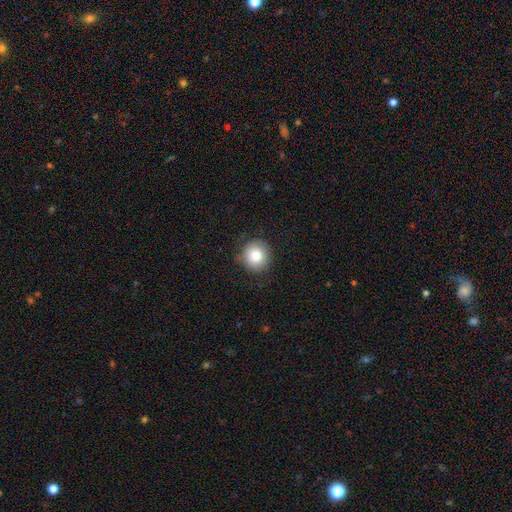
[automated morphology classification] smooth-or-featured: smooth: 81% | featured or disk: 10% | star or artifact: 9%
  how-rounded: round: 93% | in between: 6% | cigar-shaped: 1%
  merging: none: 83% | minor disturbance: 12% | major disturbance: 3% | merger: 1%